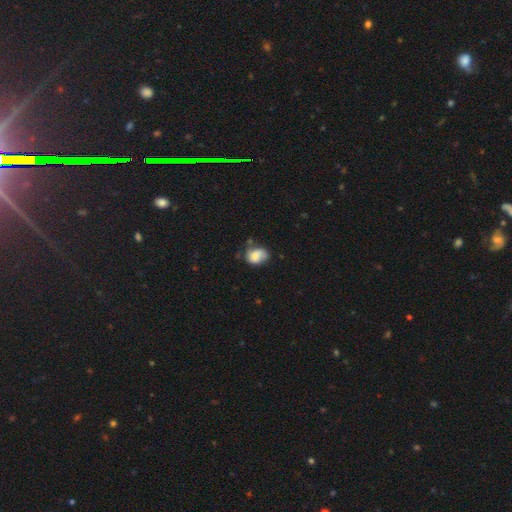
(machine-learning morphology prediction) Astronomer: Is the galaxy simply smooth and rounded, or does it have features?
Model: smooth — 70%.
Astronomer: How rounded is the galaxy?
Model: in between — 60% (runner-up: round, 39%).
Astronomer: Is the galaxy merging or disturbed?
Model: none — 46% (runner-up: minor disturbance, 34%).